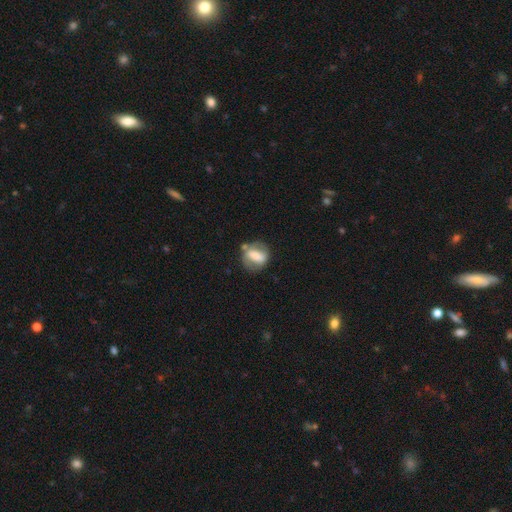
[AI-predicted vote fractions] smooth-or-featured: smooth: 52% | featured or disk: 41% | star or artifact: 8%
  how-rounded: in between: 53% | round: 41% | cigar-shaped: 6%
  merging: none: 59% | minor disturbance: 22% | major disturbance: 10% | merger: 10%